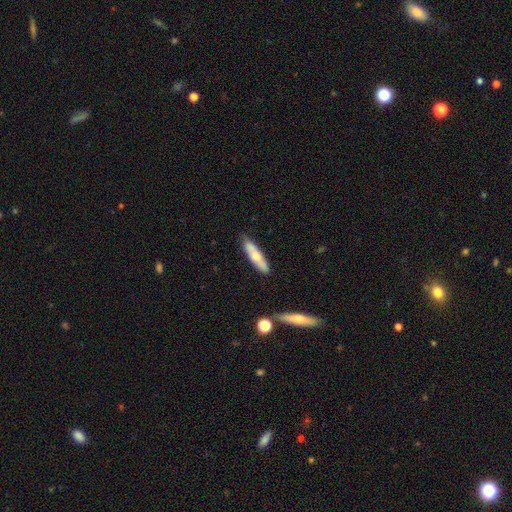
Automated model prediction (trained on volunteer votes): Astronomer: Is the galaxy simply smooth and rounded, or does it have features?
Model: smooth — 54% (runner-up: featured or disk, 40%).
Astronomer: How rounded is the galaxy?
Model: cigar-shaped — 73%.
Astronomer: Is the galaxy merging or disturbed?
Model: none — 81%.